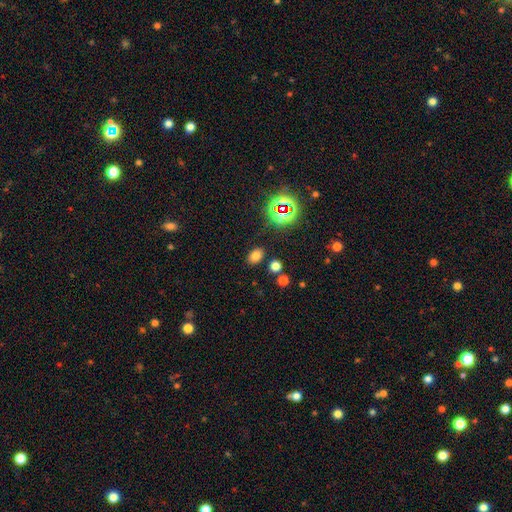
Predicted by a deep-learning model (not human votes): Overall: smooth (70%). How rounded: in between (77%). Merging: none (84%).